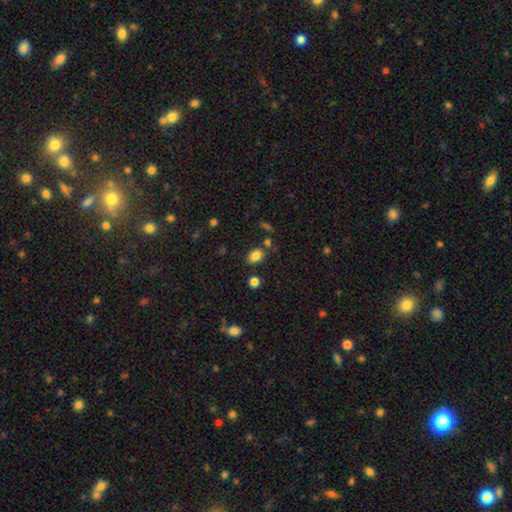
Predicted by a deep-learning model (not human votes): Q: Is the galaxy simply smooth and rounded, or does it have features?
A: smooth — 83%.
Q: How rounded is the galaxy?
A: in between — 75%.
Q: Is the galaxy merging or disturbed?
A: none — 78%.